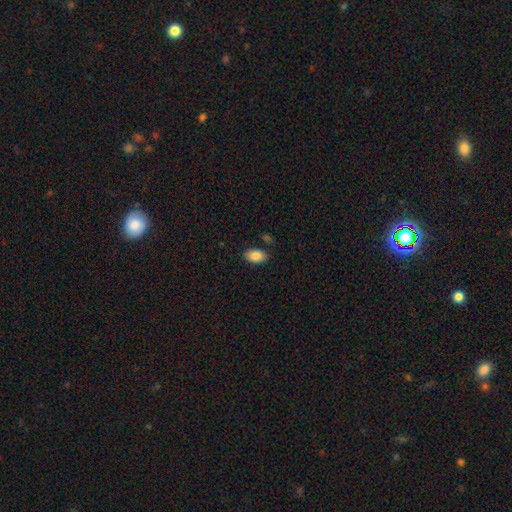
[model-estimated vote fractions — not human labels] Q: Smooth or featured?
A: smooth (87%); runner-up: star or artifact (7%)
Q: How rounded?
A: in between (92%); runner-up: round (7%)
Q: Merging?
A: none (84%); runner-up: minor disturbance (10%)